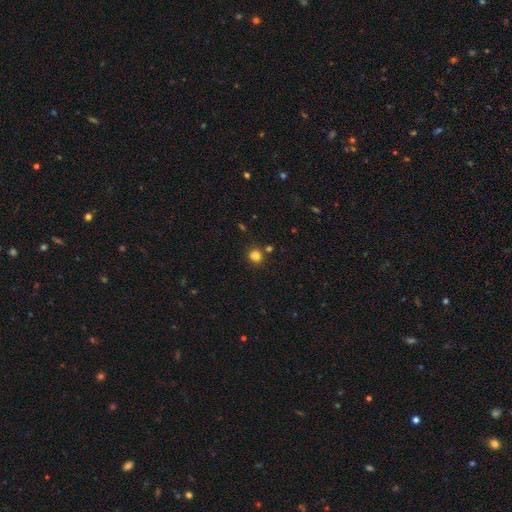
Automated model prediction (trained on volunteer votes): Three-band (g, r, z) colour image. It shows a smooth galaxy with no disk features (82%) that is round (78%). Merging: none (78%).